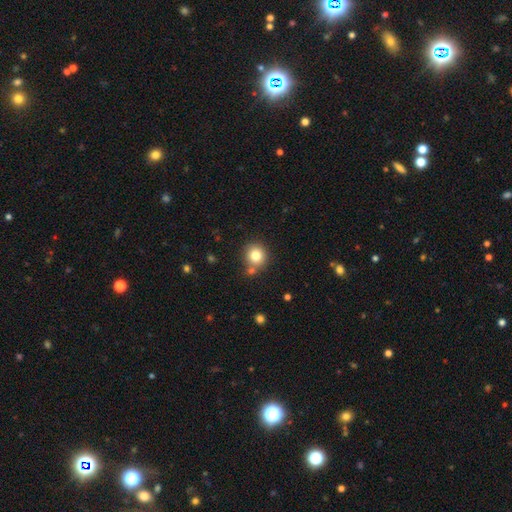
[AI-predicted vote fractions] A smooth galaxy with no disk features (80%) that is round (88%).

Vote fractions:
- Smooth or featured? smooth: 80% / star or artifact: 11% / featured or disk: 9%
- How rounded? round: 88% / in between: 11% / cigar-shaped: 1%
- Merging? none: 74% / merger: 13% / minor disturbance: 10% / major disturbance: 3%